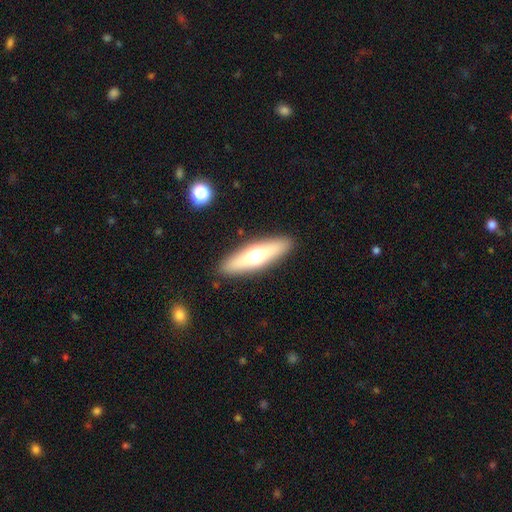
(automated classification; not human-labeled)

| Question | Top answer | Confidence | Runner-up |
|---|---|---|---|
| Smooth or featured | smooth | 50% | featured or disk (43%) |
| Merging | none | 89% | minor disturbance (7%) |